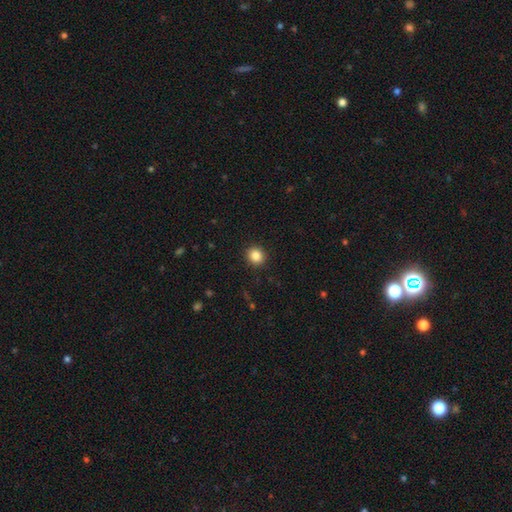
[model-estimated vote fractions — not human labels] Smooth or featured? smooth (85%)
How rounded? round (84%)
Merging? none (92%)